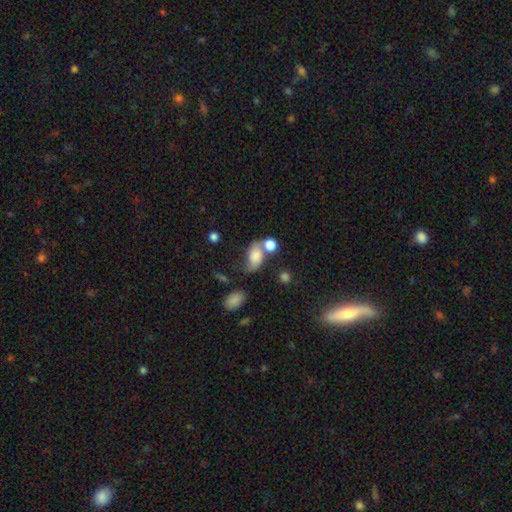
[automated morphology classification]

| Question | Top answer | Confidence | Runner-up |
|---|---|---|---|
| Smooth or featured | smooth | 67% | featured or disk (22%) |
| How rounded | in between | 82% | round (16%) |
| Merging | merger | 35% | none (30%) |